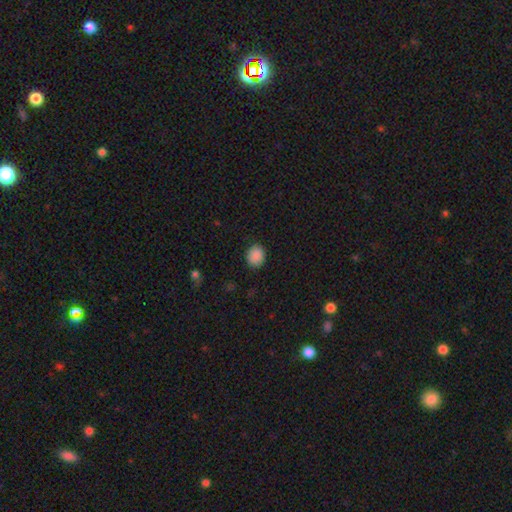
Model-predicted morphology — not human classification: Smooth or featured? Predicted: smooth (p=0.89). How rounded? Predicted: round (p=0.67). Merging? Predicted: none (p=0.88).